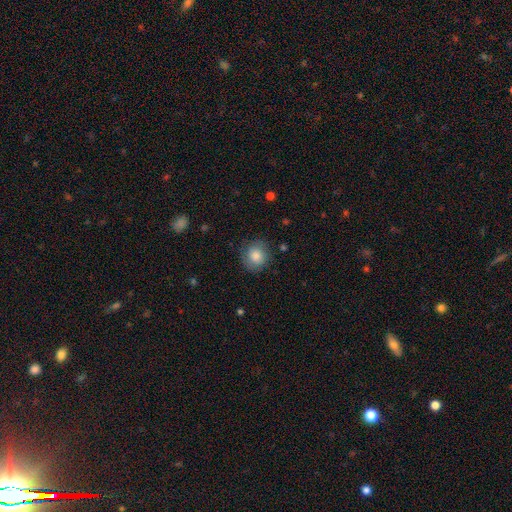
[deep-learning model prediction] A smooth galaxy with no disk features (80%) that is round (86%). Merging: none (80%).